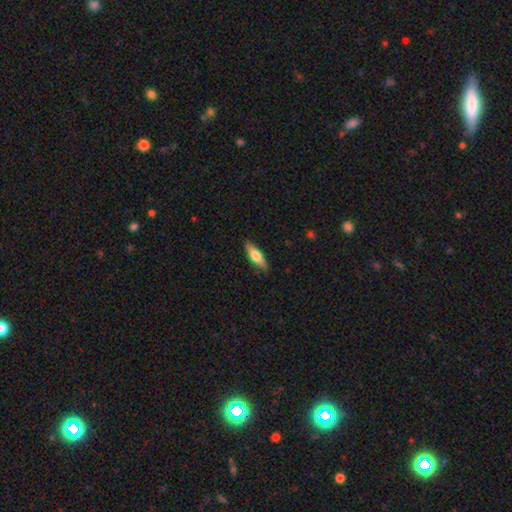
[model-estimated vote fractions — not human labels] Smooth or featured? Predicted: smooth (p=0.57). How rounded? Predicted: cigar-shaped (p=0.55). Merging? Predicted: none (p=0.87).